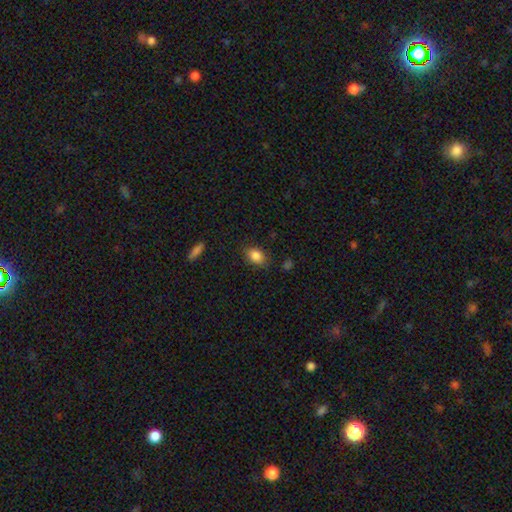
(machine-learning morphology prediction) Smooth or featured?
  - smooth: 86% *
  - star or artifact: 9%
  - featured or disk: 5%
How rounded?
  - in between: 79% *
  - round: 20%
  - cigar-shaped: 2%
Merging?
  - none: 81% *
  - minor disturbance: 14%
  - major disturbance: 3%
  - merger: 2%